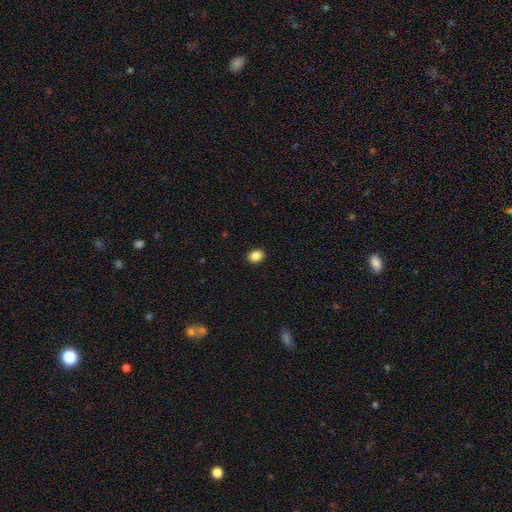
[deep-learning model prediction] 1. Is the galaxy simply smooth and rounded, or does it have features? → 86% smooth, 10% star or artifact, 4% featured or disk.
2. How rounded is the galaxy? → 56% in between, 43% round, 1% cigar-shaped.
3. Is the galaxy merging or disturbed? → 91% none, 6% minor disturbance, 2% major disturbance, 1% merger.